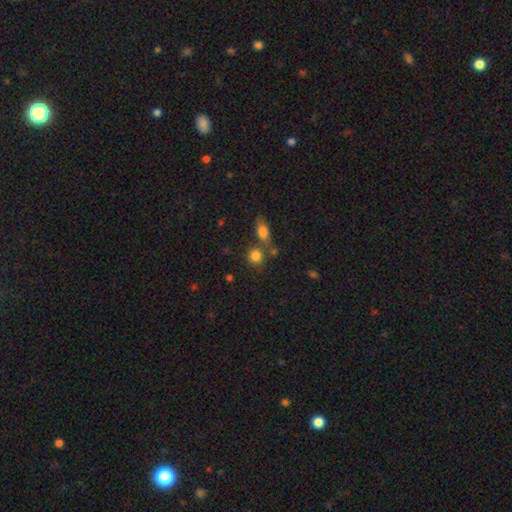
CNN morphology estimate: The model was most divided on "merging": none: 60%, merger: 26%, minor disturbance: 10%, major disturbance: 4%. More confident: smooth or featured — smooth (83%); how rounded — round (78%).